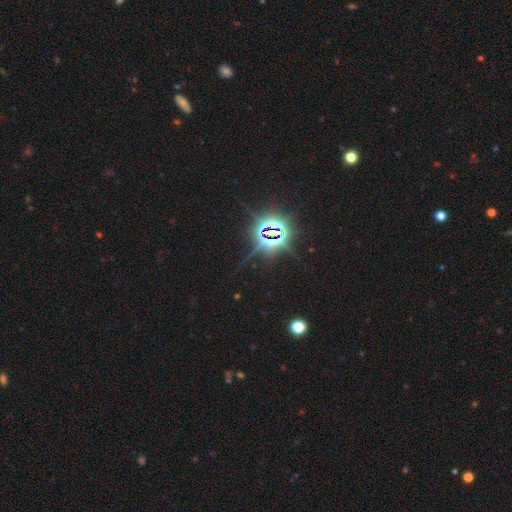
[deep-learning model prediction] Smooth or featured?
  - star or artifact: 85% *
  - smooth: 9%
  - featured or disk: 6%